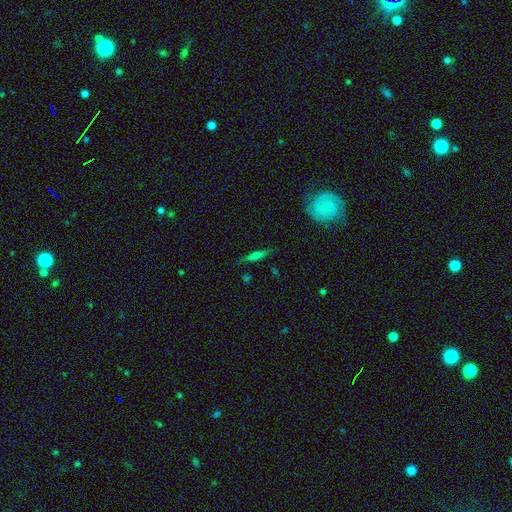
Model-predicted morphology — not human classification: This is possibly a featured or disk galaxy (47%). Merging: clearly none (84%).